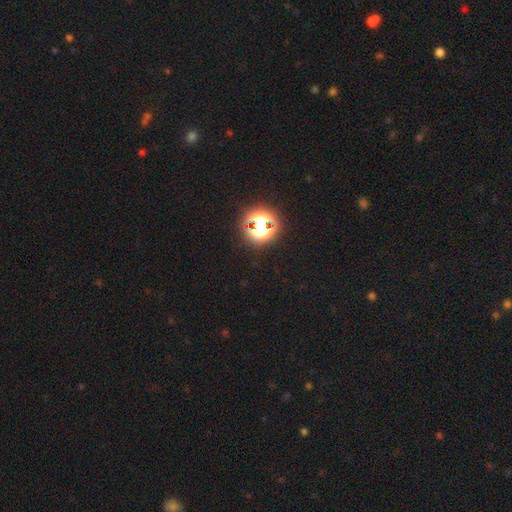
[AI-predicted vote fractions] smooth_or_featured: star or artifact (p=0.80) [alt: smooth p=0.14]